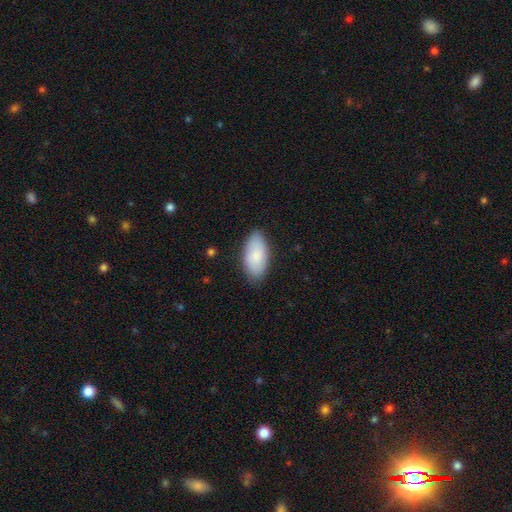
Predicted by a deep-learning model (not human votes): Smooth or featured? Predicted: smooth (p=0.84). How rounded? Predicted: in between (p=0.93). Merging? Predicted: none (p=0.82).